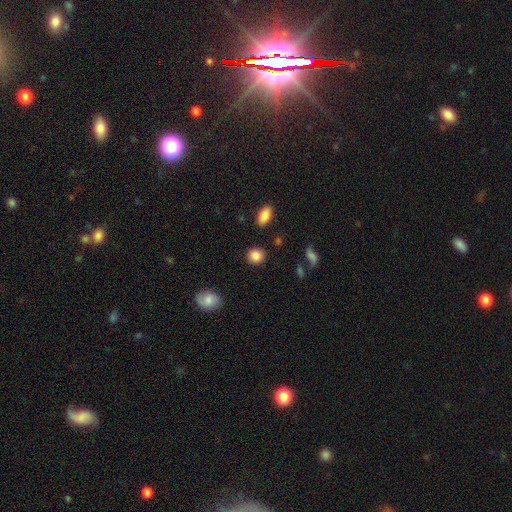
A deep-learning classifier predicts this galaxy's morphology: A smooth galaxy with no disk features (87%) that is round (82%). Merging: none (89%).